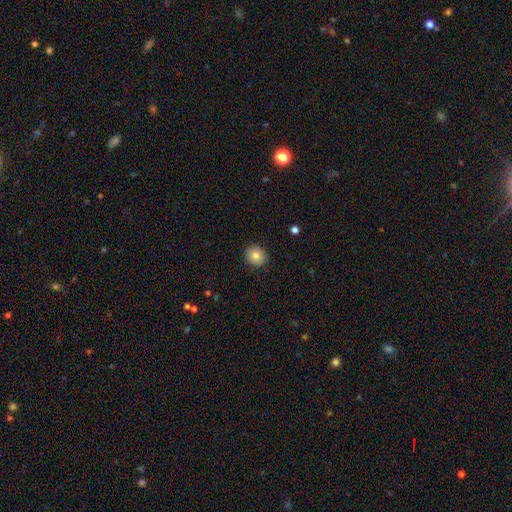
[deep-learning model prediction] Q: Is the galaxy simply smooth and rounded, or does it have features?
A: smooth — 82%.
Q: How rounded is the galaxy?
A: round — 84%.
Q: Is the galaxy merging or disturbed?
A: none — 90%.